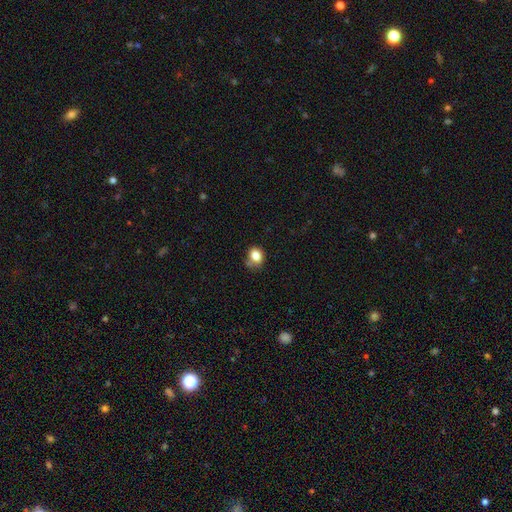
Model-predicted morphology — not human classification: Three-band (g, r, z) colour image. It shows a smooth galaxy with no disk features (81%) that is in between round and cigar-shaped (51%). Merging: none (54%).